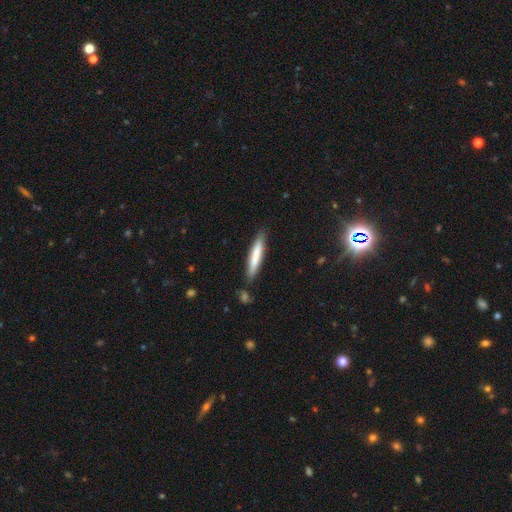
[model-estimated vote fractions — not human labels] smooth_or_featured: smooth (p=0.75) [alt: featured or disk p=0.20]
how_rounded: cigar-shaped (p=0.92) [alt: in between p=0.07]
merging: none (p=0.84) [alt: minor disturbance p=0.11]